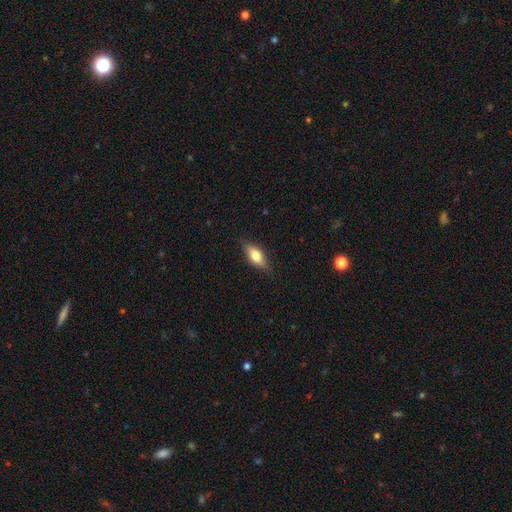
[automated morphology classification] Smooth or featured: smooth — 65% (featured or disk — 28%)
How rounded: in between — 76% (cigar-shaped — 20%)
Merging: none — 82% (minor disturbance — 14%)